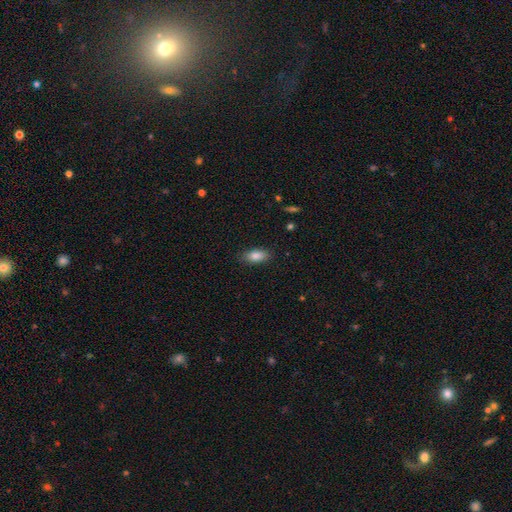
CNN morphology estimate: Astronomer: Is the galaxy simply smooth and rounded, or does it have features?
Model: smooth — 85%.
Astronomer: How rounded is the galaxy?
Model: in between — 88%.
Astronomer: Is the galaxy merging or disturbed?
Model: none — 85%.